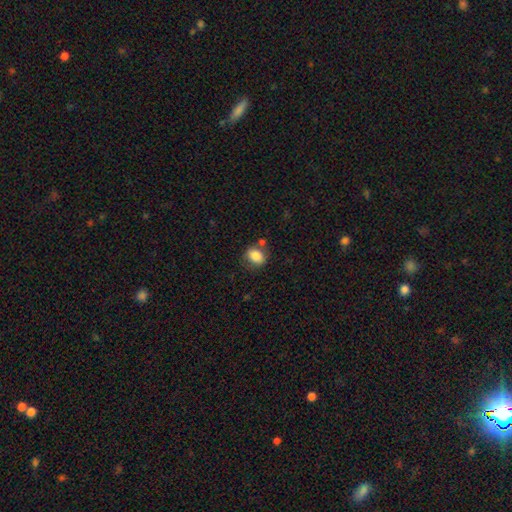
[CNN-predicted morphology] smooth-or-featured: smooth: 84% | star or artifact: 9% | featured or disk: 7%
  how-rounded: in between: 52% | round: 47% | cigar-shaped: 1%
  merging: none: 67% | minor disturbance: 17% | merger: 11% | major disturbance: 5%